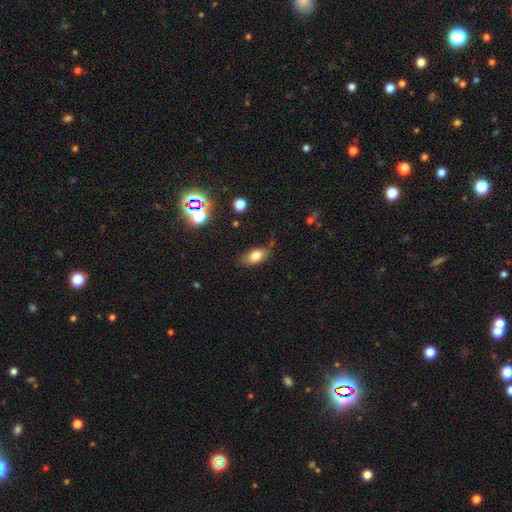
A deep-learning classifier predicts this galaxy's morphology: Smooth or featured: smooth — 76% (featured or disk — 14%)
How rounded: in between — 86% (cigar-shaped — 9%)
Merging: none — 69% (minor disturbance — 22%)